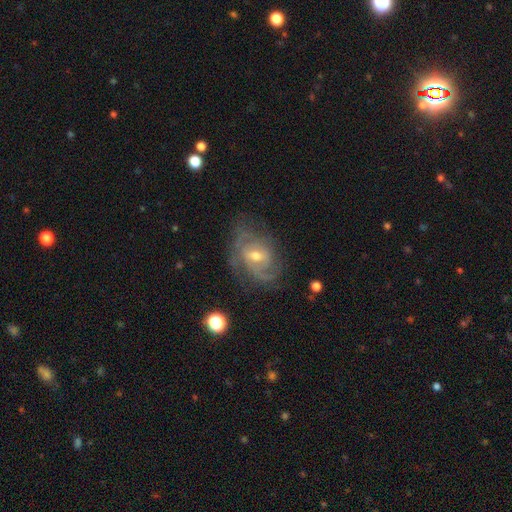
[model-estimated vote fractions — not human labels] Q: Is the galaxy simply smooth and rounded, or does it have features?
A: featured or disk — 80%.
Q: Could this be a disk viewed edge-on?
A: no — 96%.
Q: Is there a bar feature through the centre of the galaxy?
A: no — 45%, tied with weak.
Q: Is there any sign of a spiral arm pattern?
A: yes — 90%.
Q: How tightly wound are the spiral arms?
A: tight — 49%.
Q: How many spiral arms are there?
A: can't tell — 37%.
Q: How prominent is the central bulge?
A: moderate — 52%.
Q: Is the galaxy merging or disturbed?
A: none — 64%.